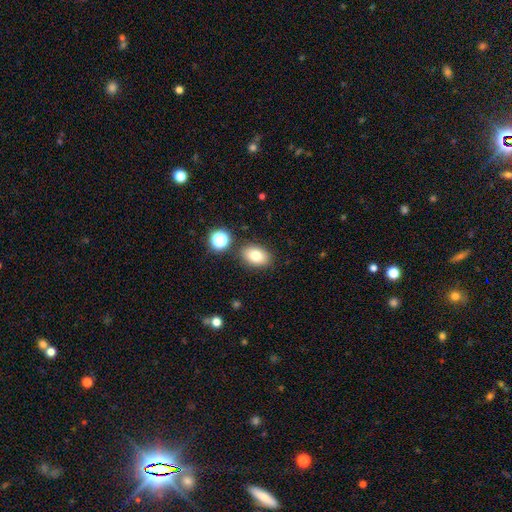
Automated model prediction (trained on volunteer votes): smooth 78%, featured or disk 11%, star or artifact 11%. Down the decision tree: how rounded — in between (80%); merging — none (84%).